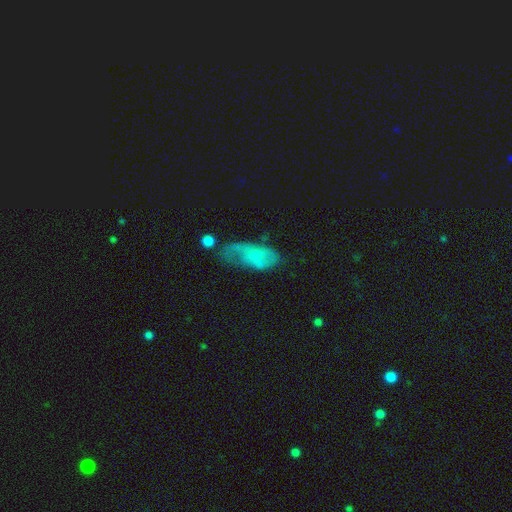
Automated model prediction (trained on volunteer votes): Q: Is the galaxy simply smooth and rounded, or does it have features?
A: featured or disk — 47%.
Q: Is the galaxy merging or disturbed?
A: major disturbance — 33%.